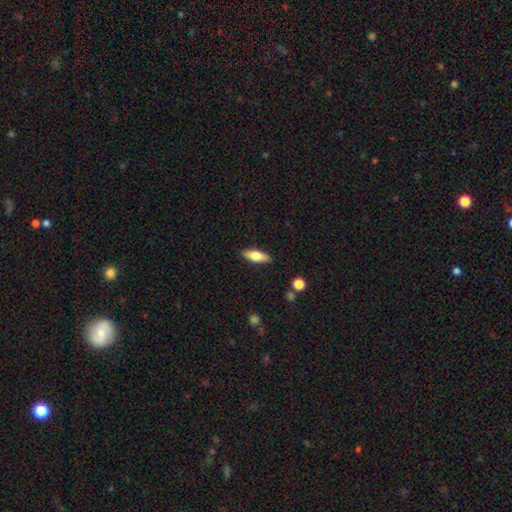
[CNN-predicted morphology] Overall: smooth (68%). How rounded: in between (61%; cigar-shaped 36%). Merging: none (87%).